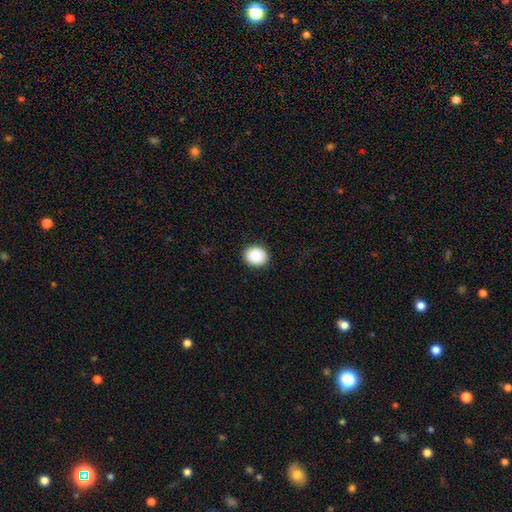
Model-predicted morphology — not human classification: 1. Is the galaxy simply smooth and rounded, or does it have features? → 90% smooth, 7% star or artifact, 3% featured or disk.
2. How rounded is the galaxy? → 68% round, 31% in between, 1% cigar-shaped.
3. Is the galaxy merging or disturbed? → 91% none, 6% minor disturbance, 2% major disturbance, 1% merger.